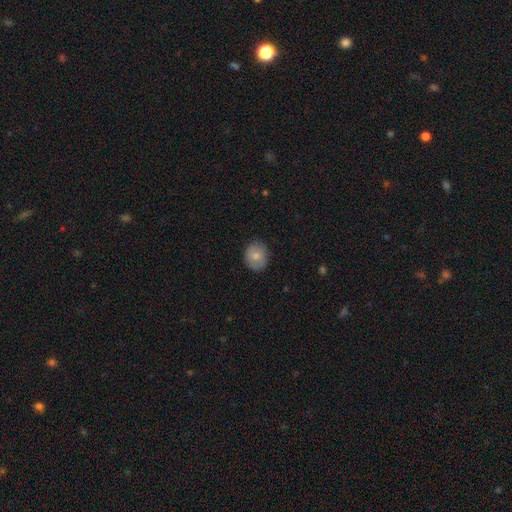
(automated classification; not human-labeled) smooth 75%, featured or disk 17%, star or artifact 8%. Down the decision tree: how rounded — round (64%); merging — none (83%).